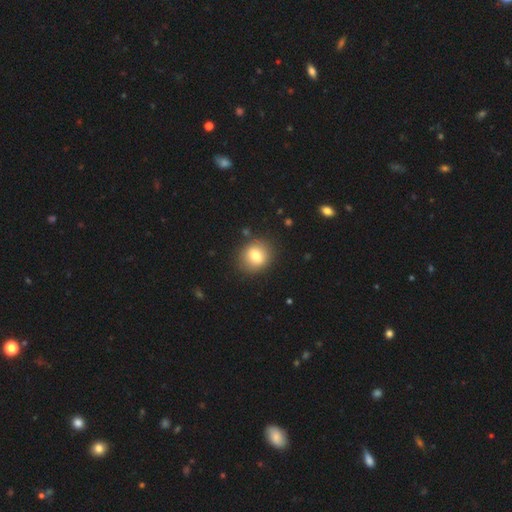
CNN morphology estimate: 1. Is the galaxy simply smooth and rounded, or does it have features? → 77% smooth, 13% featured or disk, 9% star or artifact.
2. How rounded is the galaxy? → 78% round, 21% in between, 1% cigar-shaped.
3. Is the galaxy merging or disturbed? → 86% none, 9% minor disturbance, 3% major disturbance, 2% merger.